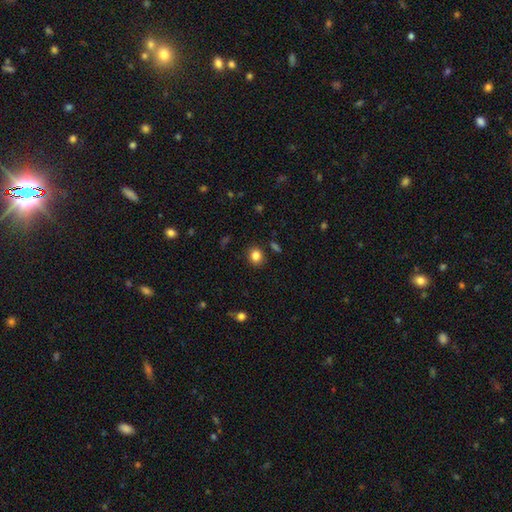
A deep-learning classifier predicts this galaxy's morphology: Smooth or featured? smooth (84%)
How rounded? round (70%)
Merging? none (87%)